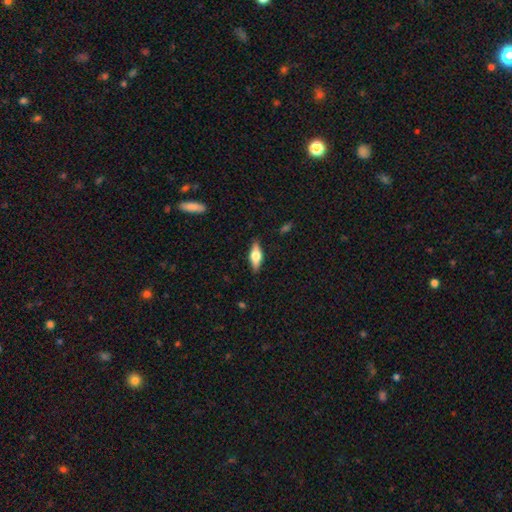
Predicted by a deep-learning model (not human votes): smooth-or-featured: featured or disk: 49% | smooth: 44% | star or artifact: 7%
  merging: none: 86% | minor disturbance: 10% | major disturbance: 2% | merger: 1%